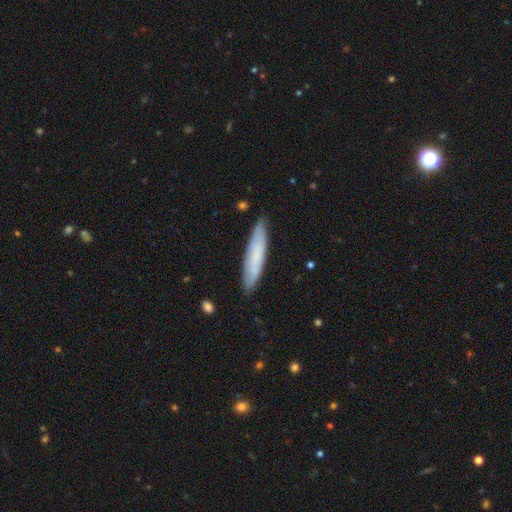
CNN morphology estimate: smooth-or-featured: smooth: 63% | featured or disk: 30% | star or artifact: 7%
  how-rounded: cigar-shaped: 84% | in between: 15% | round: 1%
  merging: none: 85% | minor disturbance: 12% | major disturbance: 2% | merger: 1%